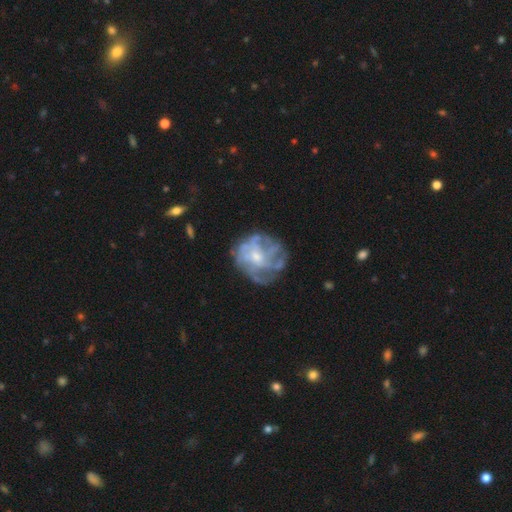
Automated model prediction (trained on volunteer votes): smooth-or-featured: featured or disk: 72% | smooth: 19% | star or artifact: 9%
  disk-edge-on: no: 98% | yes: 2%
    bar: no: 72% | weak: 23% | strong: 4%
    has-spiral-arms: yes: 57% | no: 43%
    bulge-size: small: 47% | moderate: 42% | none: 7% | large: 3% | dominant: 1%
  merging: none: 62% | minor disturbance: 18% | major disturbance: 17% | merger: 3%